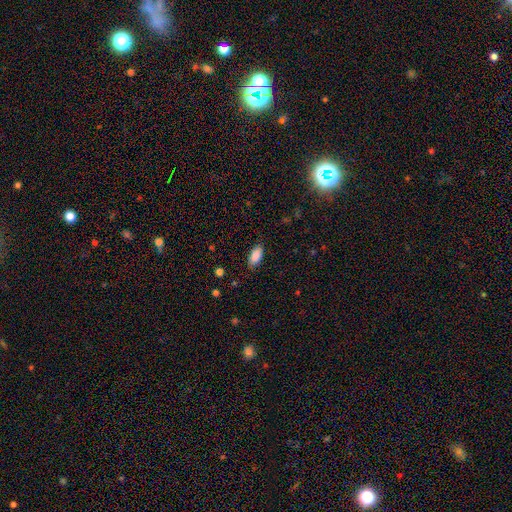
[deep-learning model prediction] This appears to be a smooth galaxy with no disk features (89%) that is in between round and cigar-shaped (89%). Merging: none (84%).